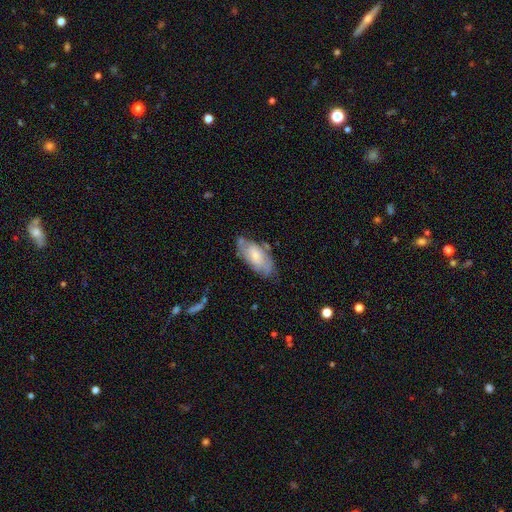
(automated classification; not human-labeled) Morphology: type=smooth (52%); roundness=in between (89%); merging=none (62%).